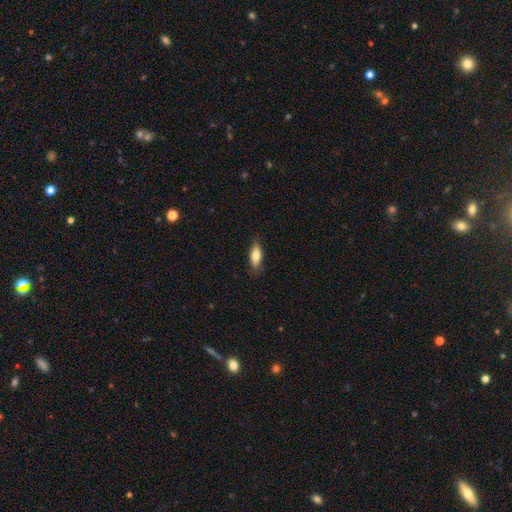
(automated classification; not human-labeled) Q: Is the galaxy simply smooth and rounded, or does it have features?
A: smooth — 77%.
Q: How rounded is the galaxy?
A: in between — 72%.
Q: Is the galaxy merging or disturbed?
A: none — 82%.